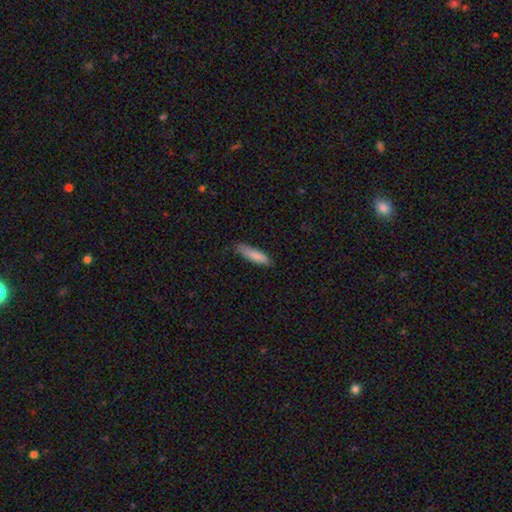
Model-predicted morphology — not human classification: smooth_or_featured: smooth (p=0.85) [alt: featured or disk p=0.09]
how_rounded: cigar-shaped (p=0.70) [alt: in between p=0.29]
merging: none (p=0.75) [alt: minor disturbance p=0.21]